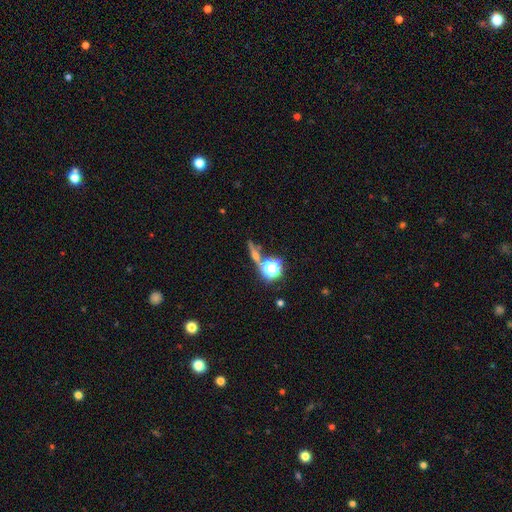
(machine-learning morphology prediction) Smooth or featured? featured or disk (40%)
Merging? none (74%)